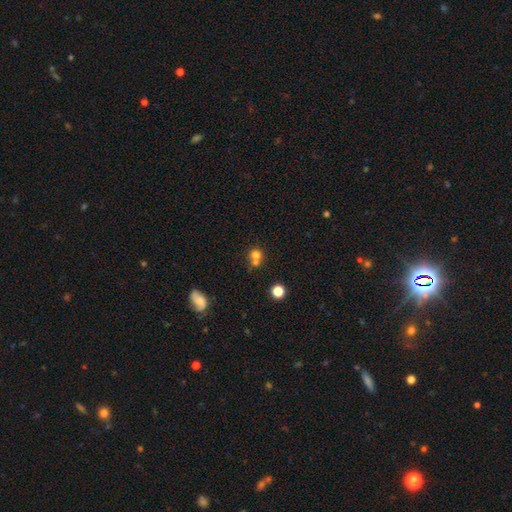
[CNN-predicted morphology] smooth 73%, star or artifact 15%, featured or disk 12%. Down the decision tree: how rounded — round (86%); merging — merger (45%).